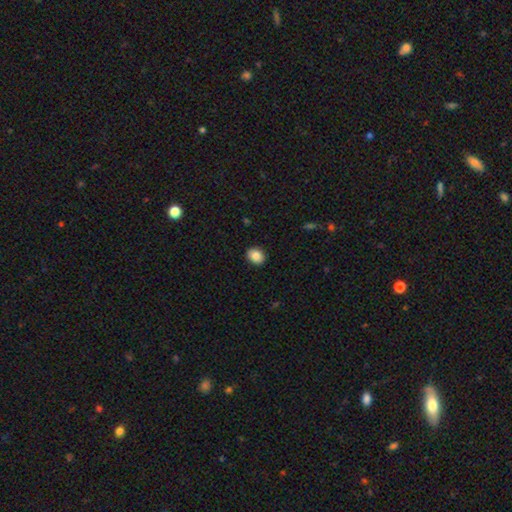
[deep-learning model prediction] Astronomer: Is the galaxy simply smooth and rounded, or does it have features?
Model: smooth — 87%.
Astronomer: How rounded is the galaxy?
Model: round — 54% (runner-up: in between, 45%).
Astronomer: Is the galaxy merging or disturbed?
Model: none — 90%.